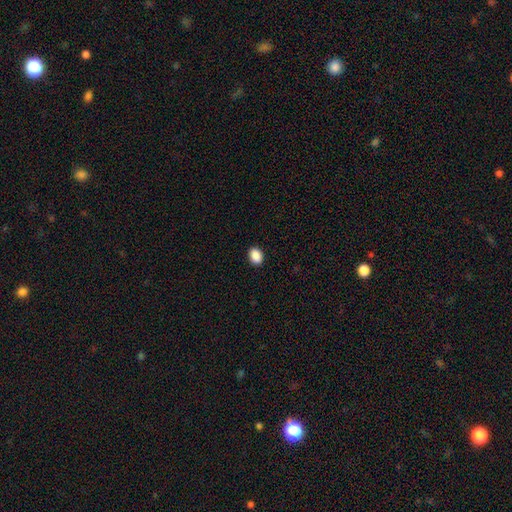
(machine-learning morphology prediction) A smooth galaxy with no disk features (90%) that is in between round and cigar-shaped (72%). Merging: none (91%).